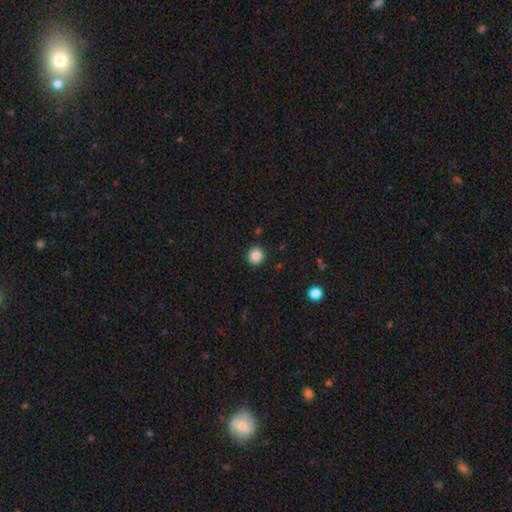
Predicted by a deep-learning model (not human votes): Smooth or featured? Predicted: smooth (p=0.87). How rounded? Predicted: round (p=0.92). Merging? Predicted: none (p=0.91).